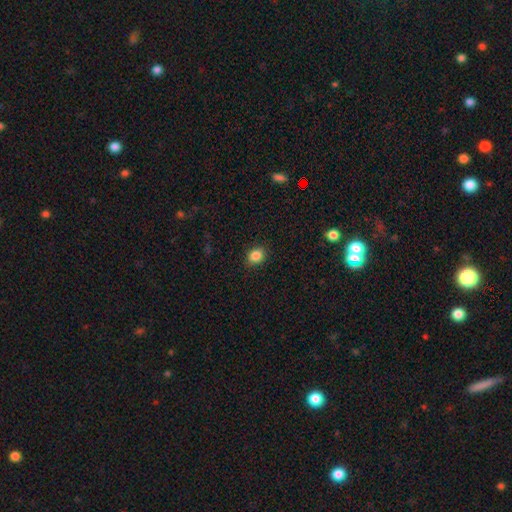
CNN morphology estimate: The model was most divided on "how rounded": round: 60%, in between: 39%, cigar-shaped: 1%. More confident: merging — none (89%); smooth or featured — smooth (85%).